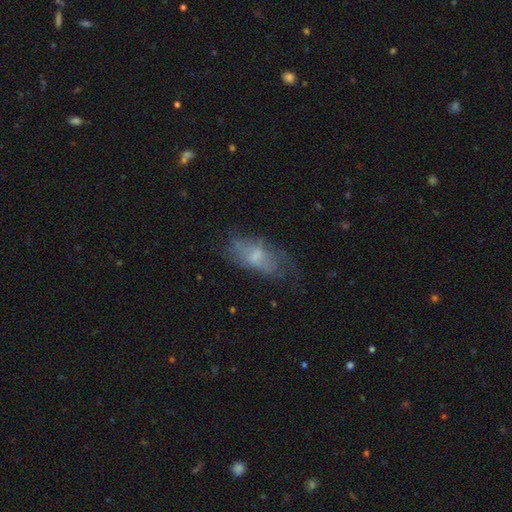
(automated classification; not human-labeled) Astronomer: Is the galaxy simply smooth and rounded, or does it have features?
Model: smooth — 50% (runner-up: featured or disk, 40%).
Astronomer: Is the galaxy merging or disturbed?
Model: none — 52% (runner-up: minor disturbance, 28%).